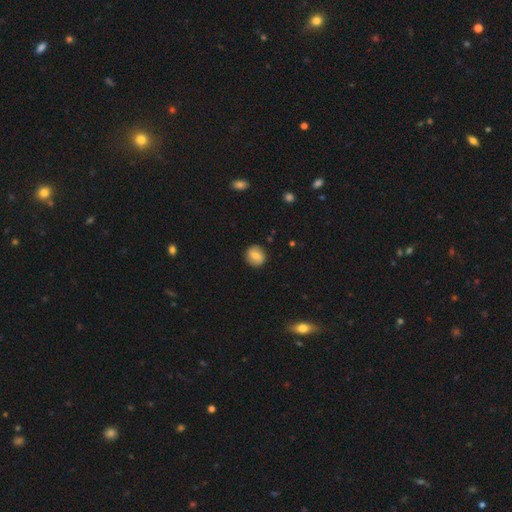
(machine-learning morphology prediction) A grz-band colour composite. It shows a smooth galaxy with no disk features (71%) that is round (82%). Merging: none (88%).